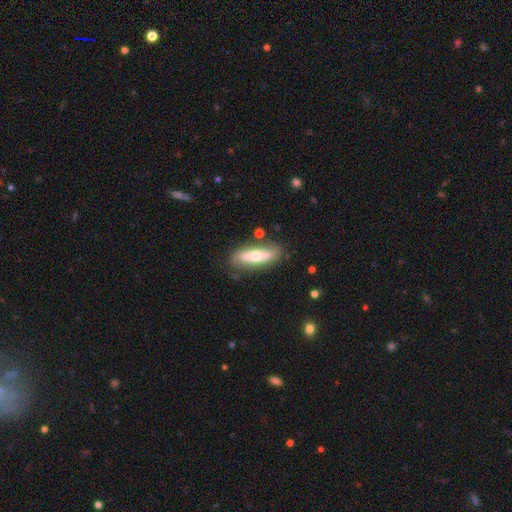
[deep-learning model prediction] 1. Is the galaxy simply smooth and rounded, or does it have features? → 47% featured or disk (tied), 47% smooth (tied), 6% star or artifact.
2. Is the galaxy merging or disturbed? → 74% none, 17% minor disturbance, 5% major disturbance, 4% merger.